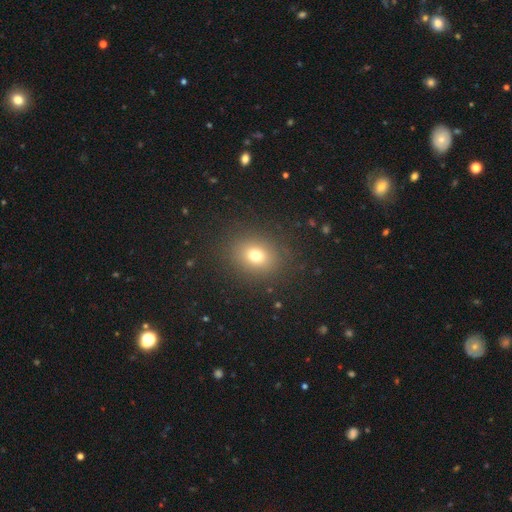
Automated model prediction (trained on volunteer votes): Smooth or featured: smooth — 73% (star or artifact — 16%)
How rounded: round — 58% (in between — 41%)
Merging: none — 86% (minor disturbance — 8%)